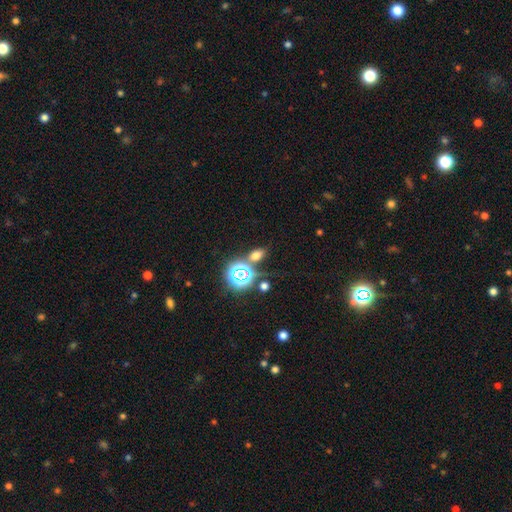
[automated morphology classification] A smooth galaxy with no disk features (57%) that is in between round and cigar-shaped (75%).

Vote fractions:
- Smooth or featured? smooth: 57% / star or artifact: 33% / featured or disk: 10%
- How rounded? in between: 75% / round: 20% / cigar-shaped: 5%
- Merging? none: 73% / minor disturbance: 11% / merger: 11% / major disturbance: 5%